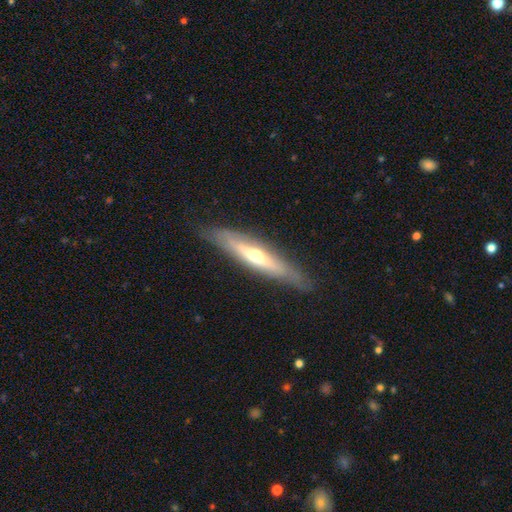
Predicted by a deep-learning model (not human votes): This appears to be a featured or disk galaxy (60%) viewed edge-on (77%). Merging: none (79%).